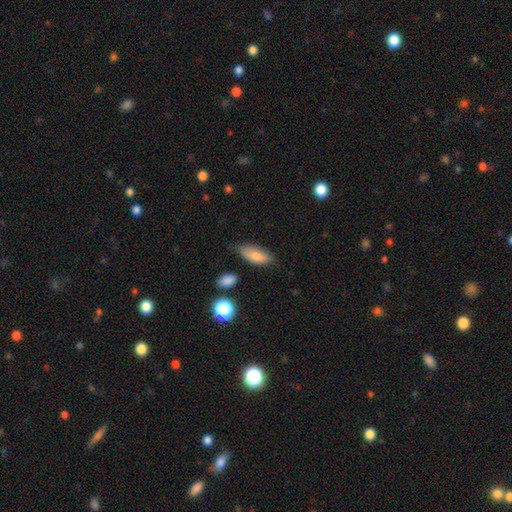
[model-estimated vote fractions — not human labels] smooth-or-featured: smooth: 83% | featured or disk: 10% | star or artifact: 7%
  how-rounded: in between: 79% | cigar-shaped: 18% | round: 3%
  merging: none: 69% | minor disturbance: 23% | major disturbance: 5% | merger: 3%